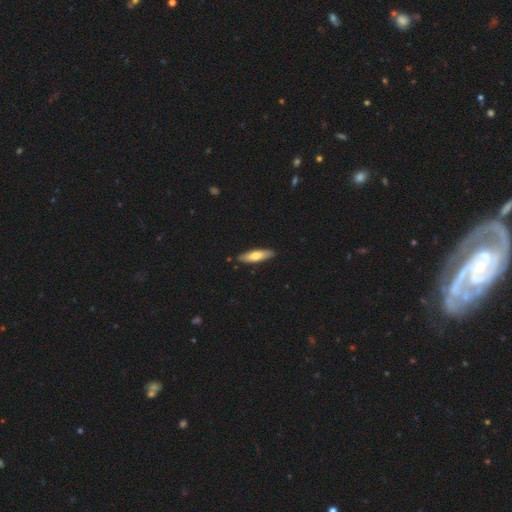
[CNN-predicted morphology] A smooth galaxy with no disk features (68%) that is cigar-shaped (66%).

Vote fractions:
- Smooth or featured? smooth: 68% / featured or disk: 27% / star or artifact: 5%
- How rounded? cigar-shaped: 66% / in between: 32% / round: 2%
- Merging? none: 89% / minor disturbance: 8% / major disturbance: 1% / merger: 1%